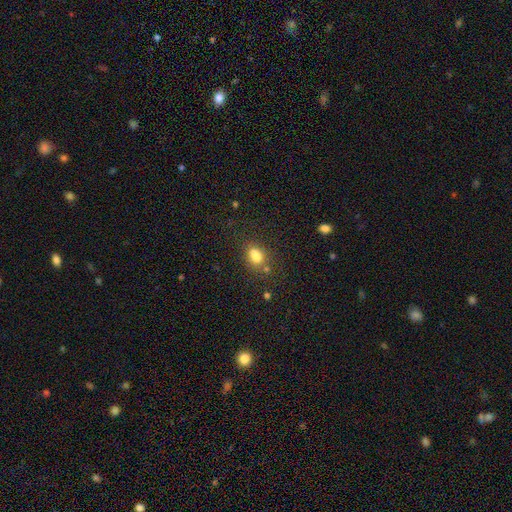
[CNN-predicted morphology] Smooth or featured: smooth — 75% (star or artifact — 14%)
How rounded: in between — 68% (round — 30%)
Merging: none — 54% (merger — 24%)